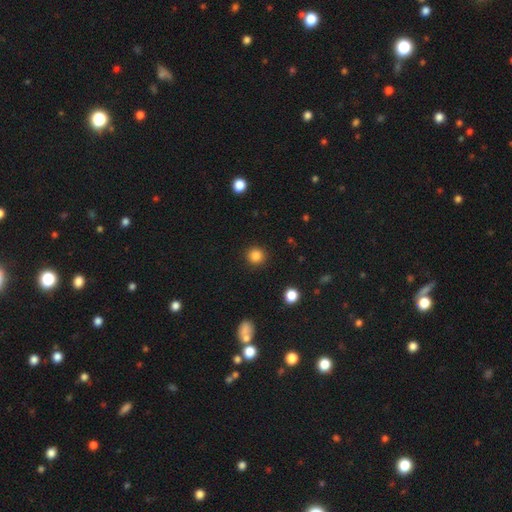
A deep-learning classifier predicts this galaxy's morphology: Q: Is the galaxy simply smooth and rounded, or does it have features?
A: smooth — 85%.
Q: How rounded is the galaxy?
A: round — 93%.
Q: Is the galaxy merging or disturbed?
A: none — 92%.